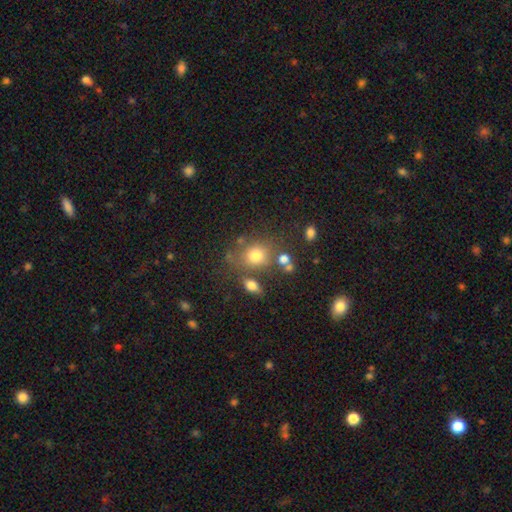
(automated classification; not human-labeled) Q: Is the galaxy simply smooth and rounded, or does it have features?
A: smooth — 74%.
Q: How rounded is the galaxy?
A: round — 64%.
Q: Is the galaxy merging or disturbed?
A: none — 61%.